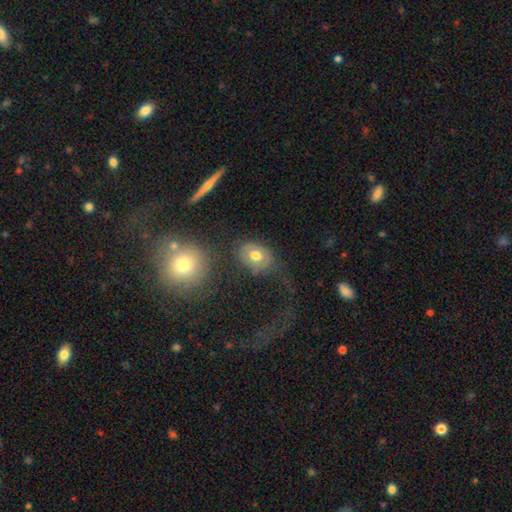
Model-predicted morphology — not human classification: This is likely a smooth galaxy (63%). How rounded: possibly in between (59%). Merging: likely none (65%).